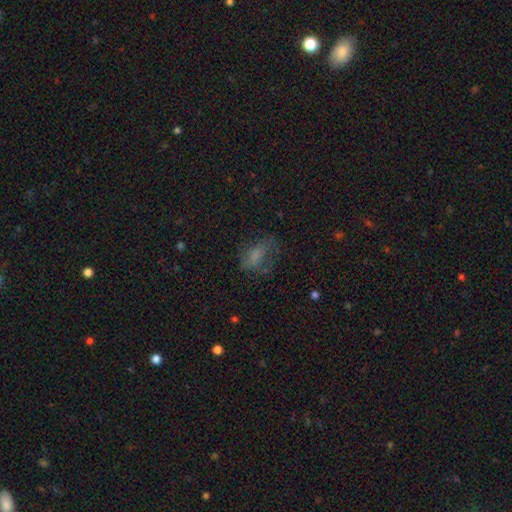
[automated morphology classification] Smooth or featured: smooth — 56% (featured or disk — 27%)
How rounded: in between — 81% (round — 13%)
Merging: none — 45% (major disturbance — 30%)